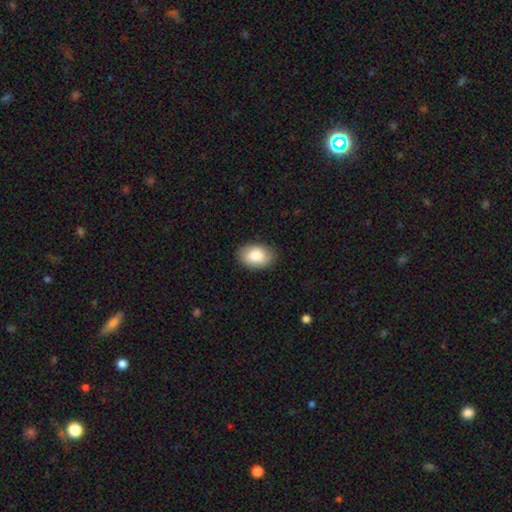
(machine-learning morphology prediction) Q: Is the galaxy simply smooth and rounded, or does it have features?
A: smooth — 85%.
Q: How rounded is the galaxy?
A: in between — 88%.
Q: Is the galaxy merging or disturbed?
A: none — 86%.